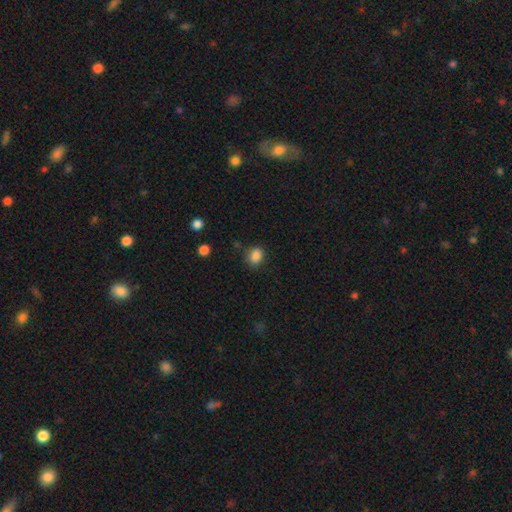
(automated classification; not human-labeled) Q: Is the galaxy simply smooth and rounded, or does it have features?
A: smooth — 86%.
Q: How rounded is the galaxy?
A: in between — 51%.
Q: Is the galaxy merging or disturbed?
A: none — 79%.